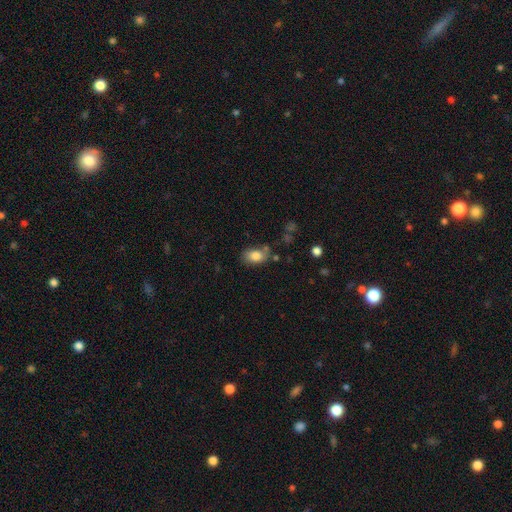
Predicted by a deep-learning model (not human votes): smooth 83%, featured or disk 9%, star or artifact 8%. Down the decision tree: how rounded — in between (86%); merging — none (65%).